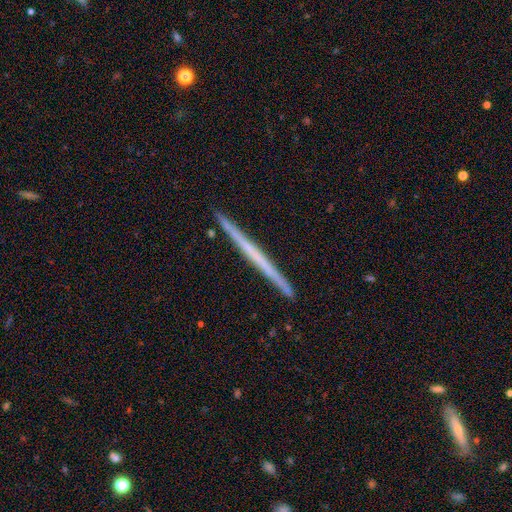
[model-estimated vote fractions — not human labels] Q: Smooth or featured?
A: featured or disk (57%); runner-up: smooth (37%)
Q: Edge-on disk?
A: yes (98%); runner-up: no (2%)
Q: Edge-on bulge?
A: none (88%); runner-up: rounded (8%)
Q: Merging?
A: none (93%); runner-up: minor disturbance (5%)